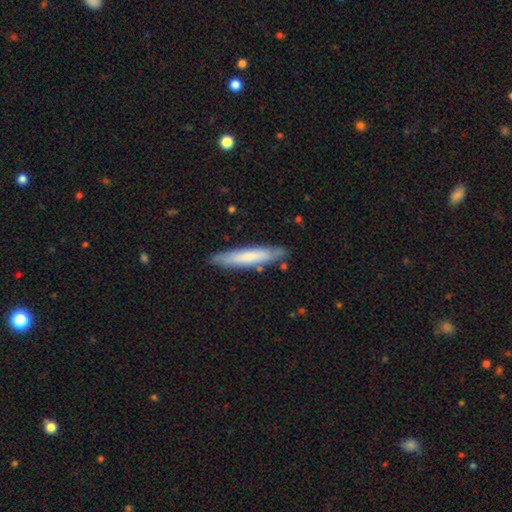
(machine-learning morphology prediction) smooth 67%, featured or disk 28%, star or artifact 5%. Down the decision tree: how rounded — cigar-shaped (86%); merging — none (83%).